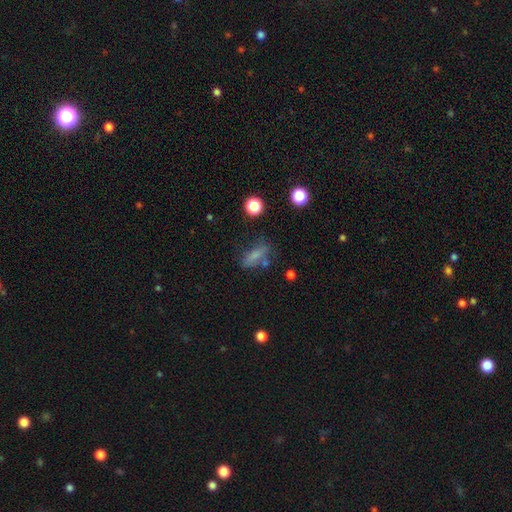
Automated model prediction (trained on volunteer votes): The model was most divided on "how rounded": in between: 58%, cigar-shaped: 34%, round: 7%. More confident: smooth or featured — smooth (69%); merging — none (60%).